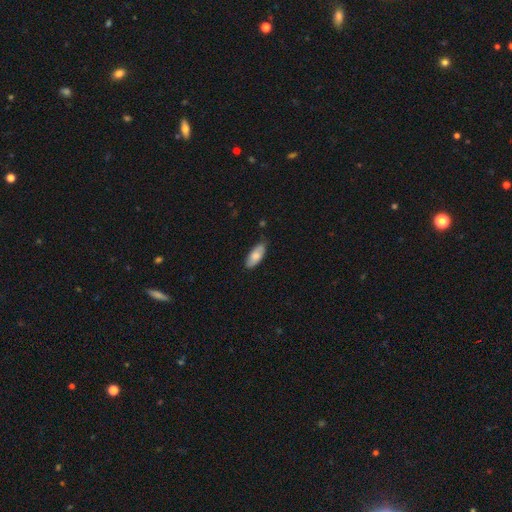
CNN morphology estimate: smooth_or_featured: smooth (p=0.76) [alt: featured or disk p=0.18]
how_rounded: in between (p=0.83) [alt: cigar-shaped p=0.15]
merging: none (p=0.79) [alt: minor disturbance p=0.17]